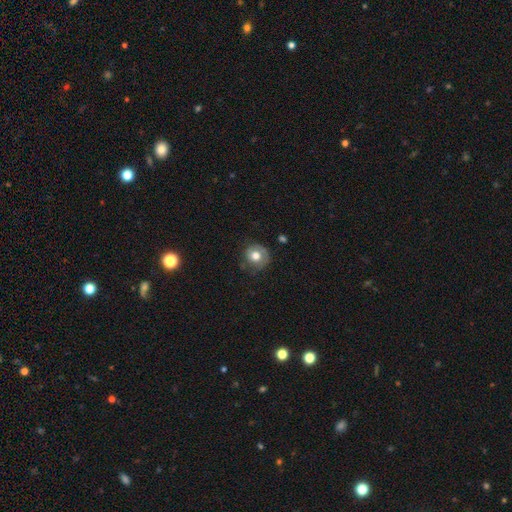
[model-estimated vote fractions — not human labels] Smooth or featured? Predicted: smooth (p=0.61). How rounded? Predicted: round (p=0.86). Merging? Predicted: none (p=0.65).